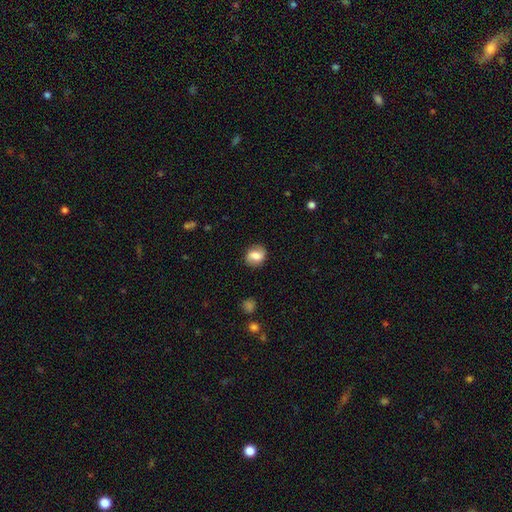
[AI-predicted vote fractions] smooth-or-featured: smooth: 67% | featured or disk: 24% | star or artifact: 9%
  how-rounded: round: 58% | in between: 41% | cigar-shaped: 1%
  merging: none: 82% | minor disturbance: 13% | major disturbance: 4% | merger: 1%